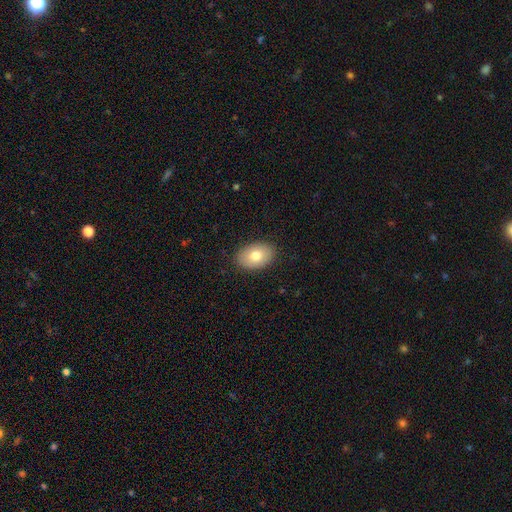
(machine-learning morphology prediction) smooth_or_featured: smooth (p=0.77) [alt: featured or disk p=0.16]
how_rounded: in between (p=0.85) [alt: round p=0.14]
merging: none (p=0.88) [alt: minor disturbance p=0.09]